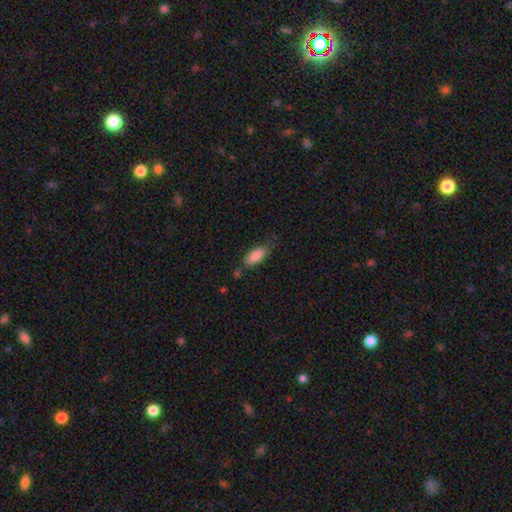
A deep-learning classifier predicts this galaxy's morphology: smooth 85%, featured or disk 8%, star or artifact 7%. Down the decision tree: how rounded — in between (81%); merging — none (66%).